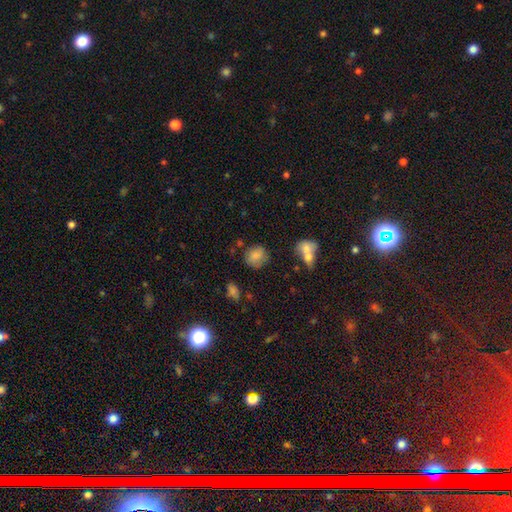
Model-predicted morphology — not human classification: type=smooth (81%); roundness=round (69%); merging=none (68%).